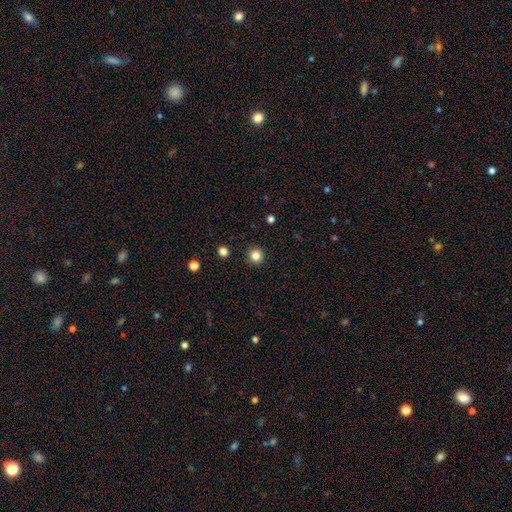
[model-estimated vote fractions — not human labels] smooth-or-featured: smooth: 83% | star or artifact: 12% | featured or disk: 4%
  how-rounded: round: 95% | in between: 4% | cigar-shaped: 1%
  merging: none: 93% | minor disturbance: 5% | major disturbance: 2% | merger: 1%